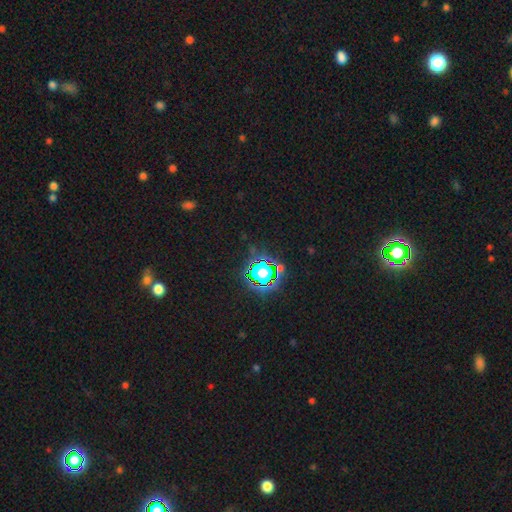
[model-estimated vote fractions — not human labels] Morphology: type=star or artifact (80%).